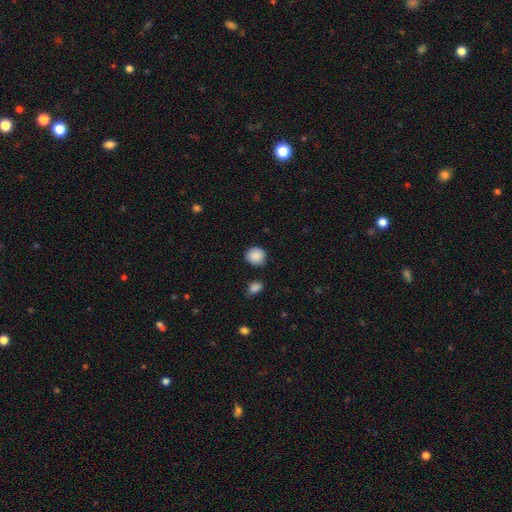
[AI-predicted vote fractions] Smooth or featured?
  - smooth: 89% *
  - star or artifact: 8%
  - featured or disk: 3%
How rounded?
  - round: 80% *
  - in between: 19%
  - cigar-shaped: 1%
Merging?
  - none: 83% *
  - minor disturbance: 12%
  - major disturbance: 3%
  - merger: 3%